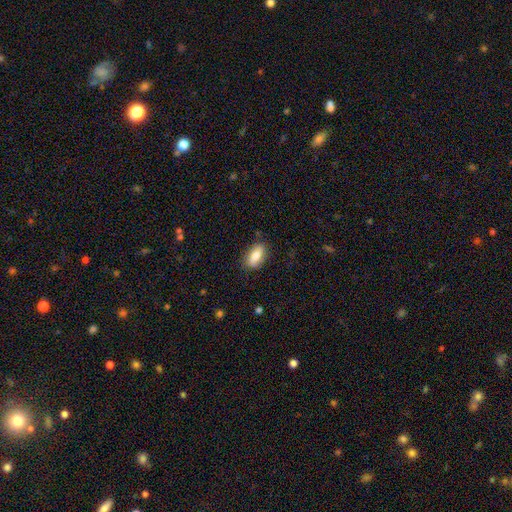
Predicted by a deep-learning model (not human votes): Morphology: type=smooth (76%); roundness=in between (86%); merging=none (83%).